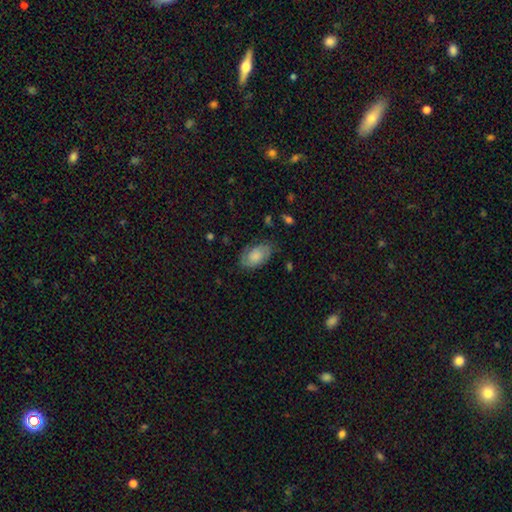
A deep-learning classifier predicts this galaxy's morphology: Smooth or featured?
  - featured or disk: 56% *
  - smooth: 36%
  - star or artifact: 8%
Edge-on disk?
  - no: 96% *
  - yes: 4%
Bar?
  - no: 73% *
  - weak: 23%
  - strong: 4%
Spiral arms?
  - yes: 89% *
  - no: 11%
Bulge size?
  - small: 33% *
  - moderate: 25%
  - none: 25%
  - large: 14%
  - dominant: 3%
Merging?
  - none: 72% *
  - minor disturbance: 20%
  - major disturbance: 7%
  - merger: 1%